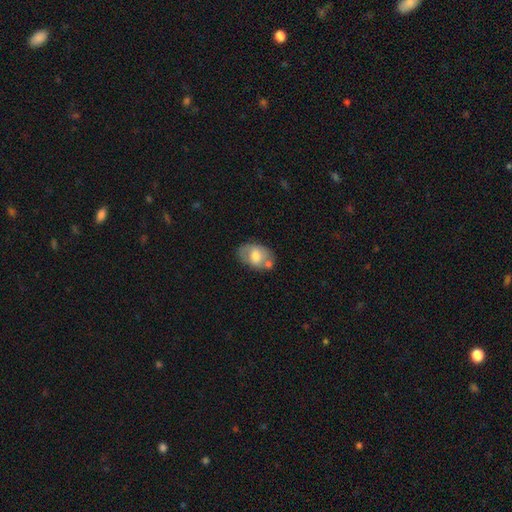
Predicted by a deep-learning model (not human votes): smooth 64%, featured or disk 29%, star or artifact 7%. Down the decision tree: how rounded — in between (84%); merging — none (55%).